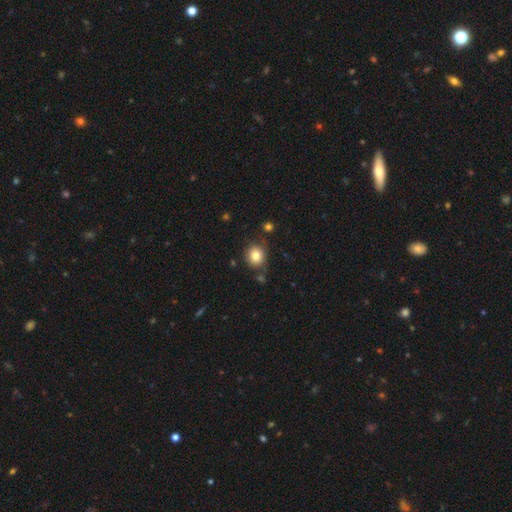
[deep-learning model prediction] Q: Smooth or featured?
A: smooth (82%); runner-up: star or artifact (10%)
Q: How rounded?
A: round (79%); runner-up: in between (20%)
Q: Merging?
A: none (78%); runner-up: minor disturbance (13%)